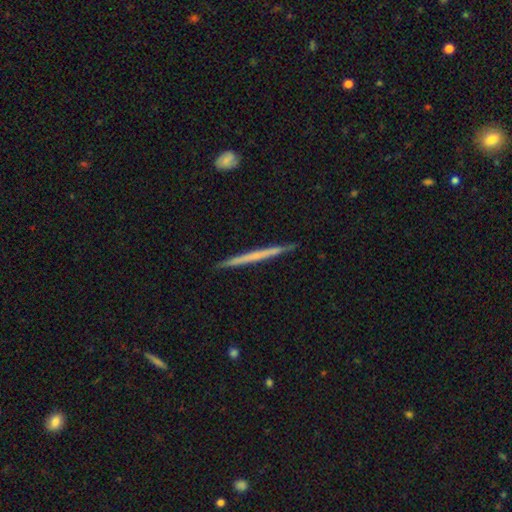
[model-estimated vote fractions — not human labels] Morphology: type=featured or disk (52%); edge-on=yes (98%); edge-on bulge=none (92%); merging=none (91%).